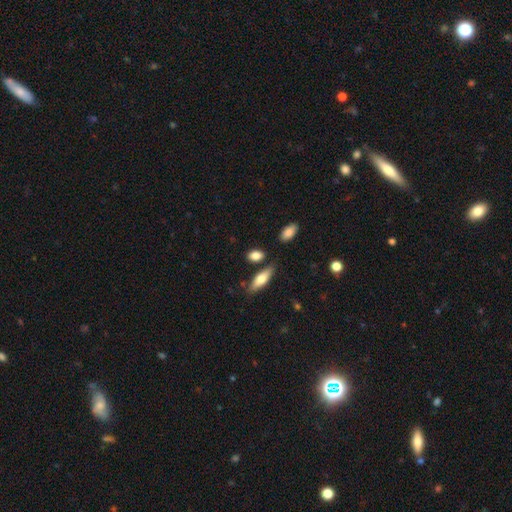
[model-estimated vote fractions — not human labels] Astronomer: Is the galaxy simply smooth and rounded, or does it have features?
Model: smooth — 81%.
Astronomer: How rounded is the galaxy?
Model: in between — 77%.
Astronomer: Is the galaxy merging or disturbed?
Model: none — 76%.